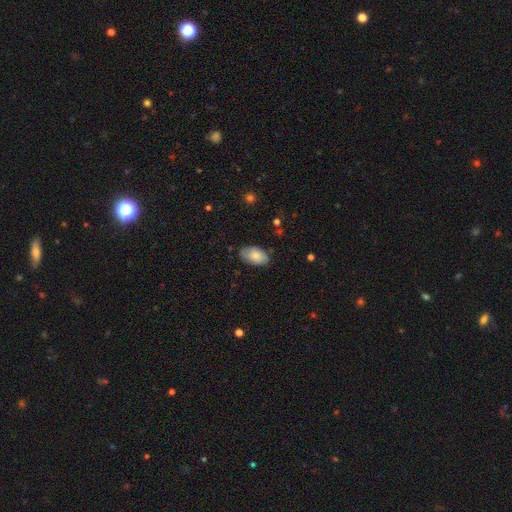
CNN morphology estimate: smooth-or-featured: smooth: 77% | featured or disk: 17% | star or artifact: 7%
  how-rounded: in between: 94% | round: 4% | cigar-shaped: 2%
  merging: none: 78% | minor disturbance: 18% | major disturbance: 3% | merger: 1%